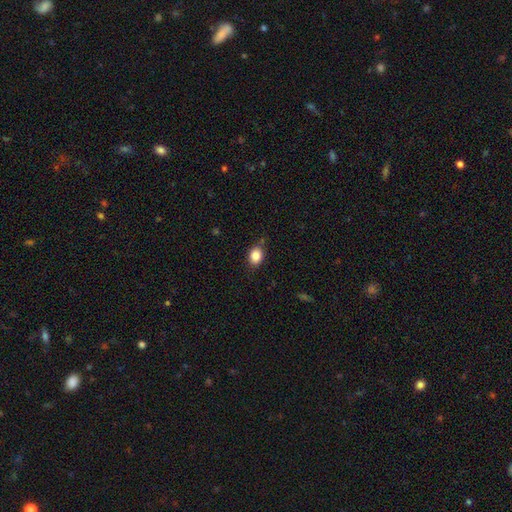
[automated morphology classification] Smooth or featured?
  - smooth: 84% *
  - star or artifact: 9%
  - featured or disk: 6%
How rounded?
  - in between: 57% *
  - round: 42%
  - cigar-shaped: 1%
Merging?
  - none: 76% *
  - minor disturbance: 18%
  - major disturbance: 4%
  - merger: 2%